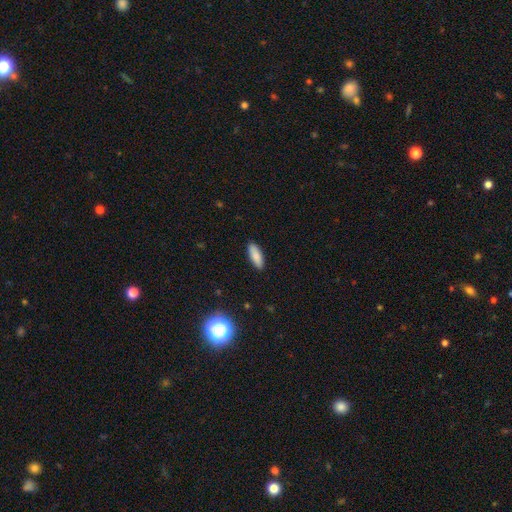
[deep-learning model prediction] The model was most divided on "how rounded": in between: 62%, cigar-shaped: 36%, round: 2%. More confident: merging — none (90%); smooth or featured — smooth (87%).